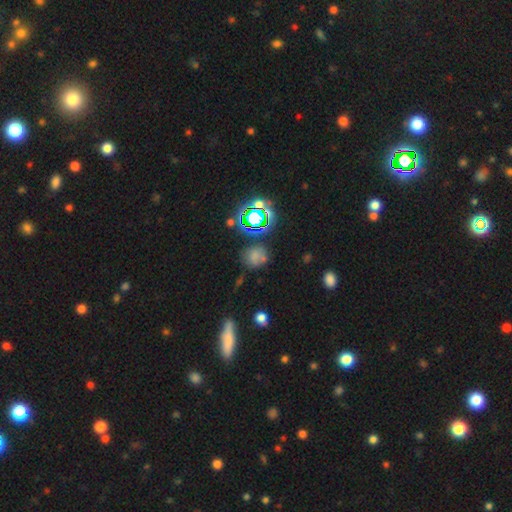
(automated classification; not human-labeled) The model was most divided on "smooth or featured": smooth: 57%, star or artifact: 30%, featured or disk: 13%. More confident: how rounded — round (76%); merging — none (61%).